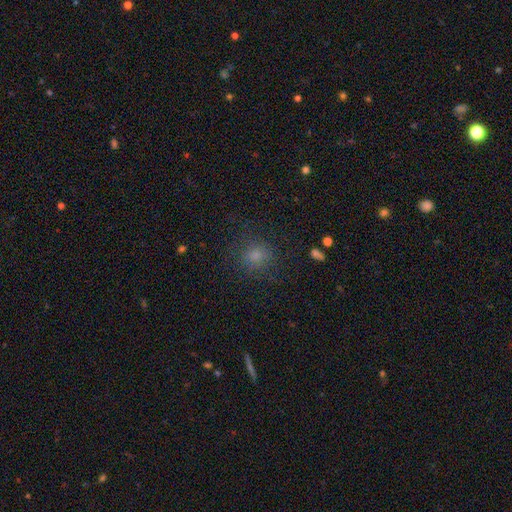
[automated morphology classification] A smooth galaxy with no disk features (76%) that is round (86%). Merging: none (81%).